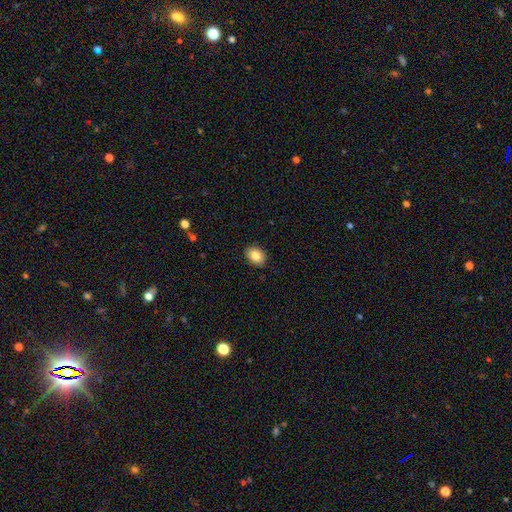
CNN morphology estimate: Overall: smooth (84%). How rounded: in between (67%; round 32%). Merging: none (88%).